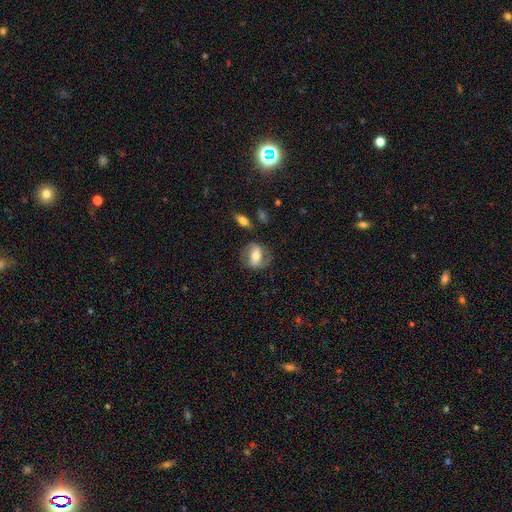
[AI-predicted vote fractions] A featured or disk galaxy (53%).

Vote fractions:
- Smooth or featured? featured or disk: 53% / smooth: 39% / star or artifact: 7%
- Edge-on disk? no: 90% / yes: 10%
- Merging? none: 70% / minor disturbance: 18% / major disturbance: 9% / merger: 3%